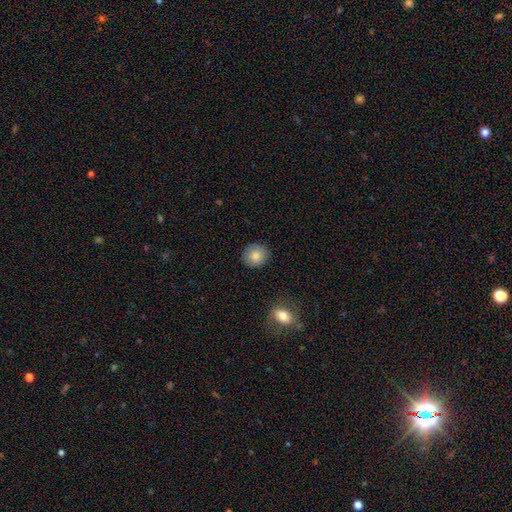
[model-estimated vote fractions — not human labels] Q: Smooth or featured?
A: smooth (84%); runner-up: star or artifact (8%)
Q: How rounded?
A: round (86%); runner-up: in between (13%)
Q: Merging?
A: none (89%); runner-up: minor disturbance (8%)